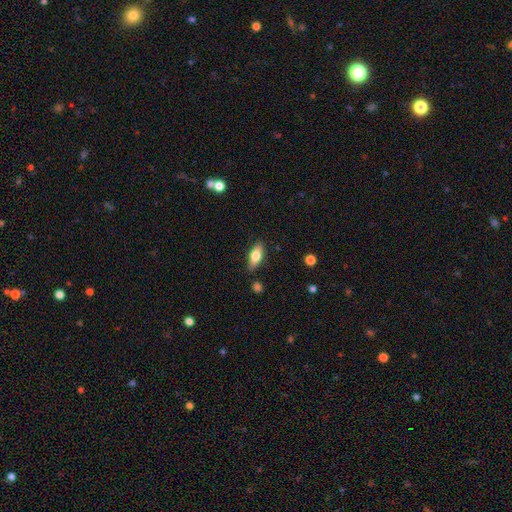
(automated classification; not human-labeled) Smooth or featured: smooth — 70% (featured or disk — 23%)
How rounded: in between — 77% (cigar-shaped — 20%)
Merging: none — 82% (minor disturbance — 13%)